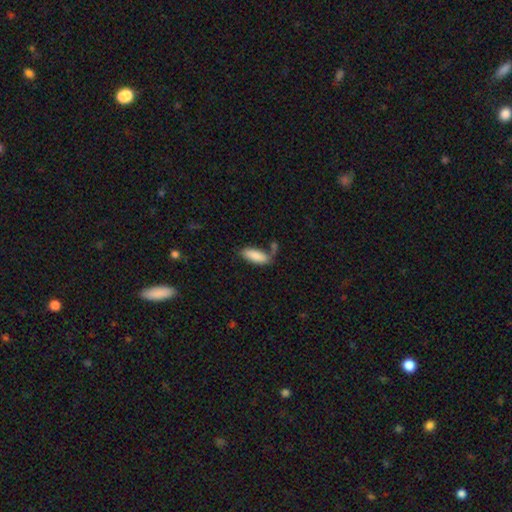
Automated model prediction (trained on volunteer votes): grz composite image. It shows a smooth galaxy with no disk features (86%) that is in between round and cigar-shaped (75%). Merging: none (57%).